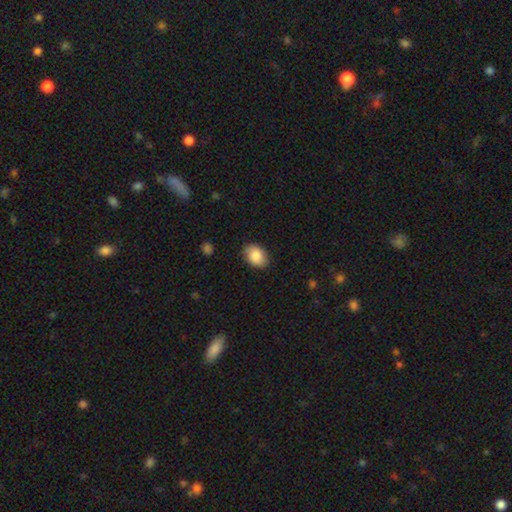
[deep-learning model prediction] Smooth or featured?
  - smooth: 86% *
  - star or artifact: 7%
  - featured or disk: 7%
How rounded?
  - in between: 77% *
  - round: 22%
  - cigar-shaped: 1%
Merging?
  - none: 85% *
  - minor disturbance: 11%
  - major disturbance: 2%
  - merger: 1%